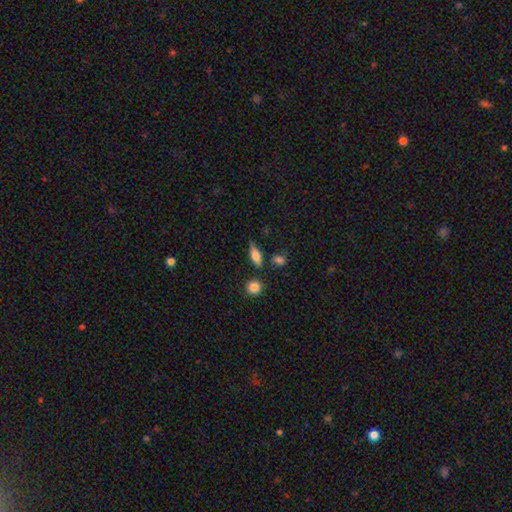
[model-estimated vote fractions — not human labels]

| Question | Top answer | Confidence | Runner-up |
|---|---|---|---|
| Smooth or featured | smooth | 60% | featured or disk (31%) |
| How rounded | in between | 62% | cigar-shaped (31%) |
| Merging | none | 71% | minor disturbance (18%) |